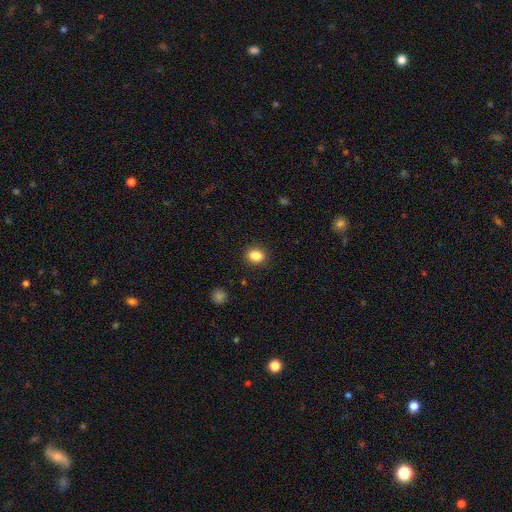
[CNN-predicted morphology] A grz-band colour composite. It shows a smooth galaxy with no disk features (85%) that is round (52%). Merging: none (90%).